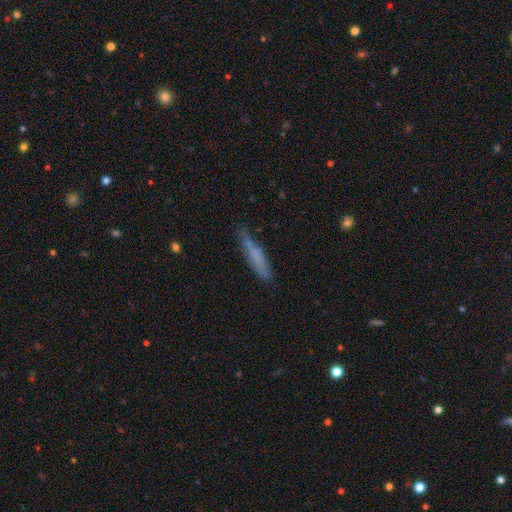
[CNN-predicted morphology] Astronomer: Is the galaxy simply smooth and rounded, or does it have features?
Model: smooth — 63%.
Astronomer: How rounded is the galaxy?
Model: cigar-shaped — 89%.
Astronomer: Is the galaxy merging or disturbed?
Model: none — 71%.